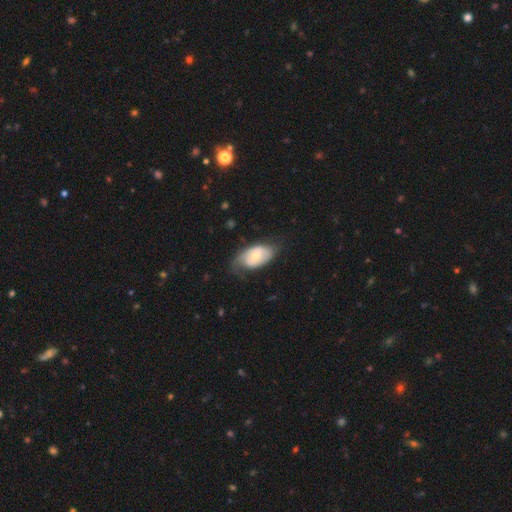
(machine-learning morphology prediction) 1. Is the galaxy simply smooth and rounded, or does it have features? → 49% smooth, 45% featured or disk, 6% star or artifact.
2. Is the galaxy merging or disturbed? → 52% none, 31% minor disturbance, 16% major disturbance, 2% merger.